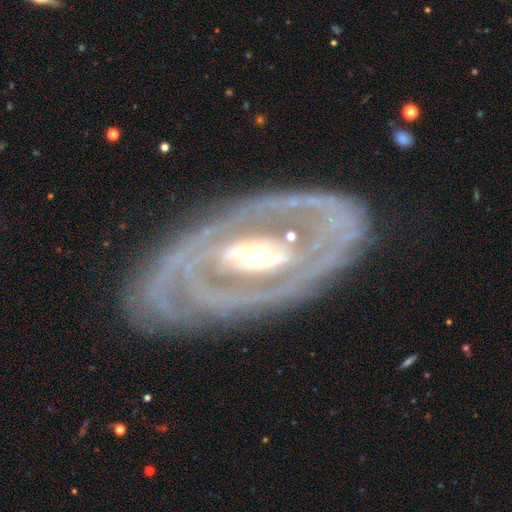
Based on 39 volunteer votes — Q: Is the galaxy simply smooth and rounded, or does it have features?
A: featured or disk — 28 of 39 (72%).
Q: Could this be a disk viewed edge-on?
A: no — 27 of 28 (96%).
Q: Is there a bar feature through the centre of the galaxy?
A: weak — 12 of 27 (44%).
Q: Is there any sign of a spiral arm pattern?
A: yes — 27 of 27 (100%).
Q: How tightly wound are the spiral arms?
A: tight — 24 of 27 (89%).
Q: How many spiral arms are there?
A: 2 — 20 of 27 (74%).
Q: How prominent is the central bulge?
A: moderate — 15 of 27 (56%).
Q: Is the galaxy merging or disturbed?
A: none — 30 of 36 (83%).